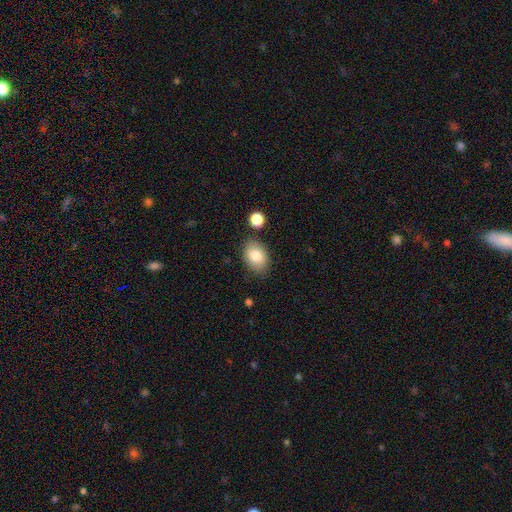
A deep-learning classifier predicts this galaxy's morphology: Smooth or featured? smooth (82%)
How rounded? in between (84%)
Merging? none (80%)